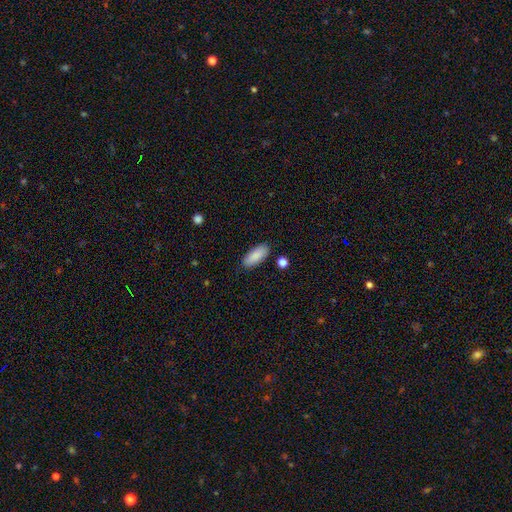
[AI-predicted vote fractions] This is clearly a smooth galaxy (89%). How rounded: likely in between (80%). Merging: clearly none (87%).